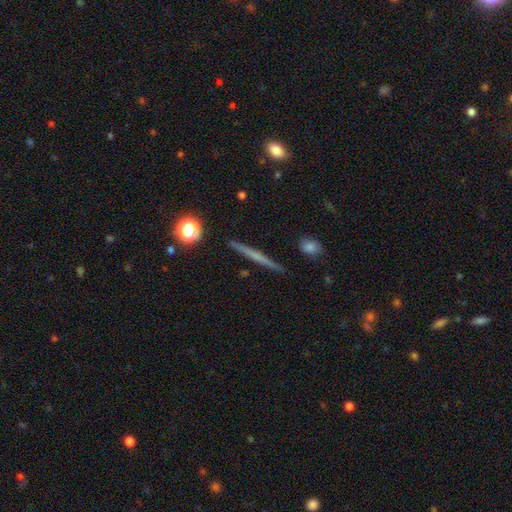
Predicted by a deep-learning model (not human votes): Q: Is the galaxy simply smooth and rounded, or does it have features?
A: featured or disk — 54%.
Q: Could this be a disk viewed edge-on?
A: yes — 97%.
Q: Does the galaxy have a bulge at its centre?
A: none — 75%.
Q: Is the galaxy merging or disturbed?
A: none — 91%.